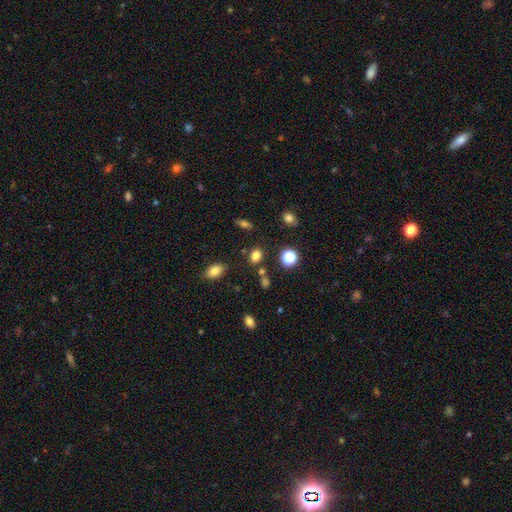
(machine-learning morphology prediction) Overall: smooth (77%). How rounded: in between (60%; round 38%). Merging: none (77%).